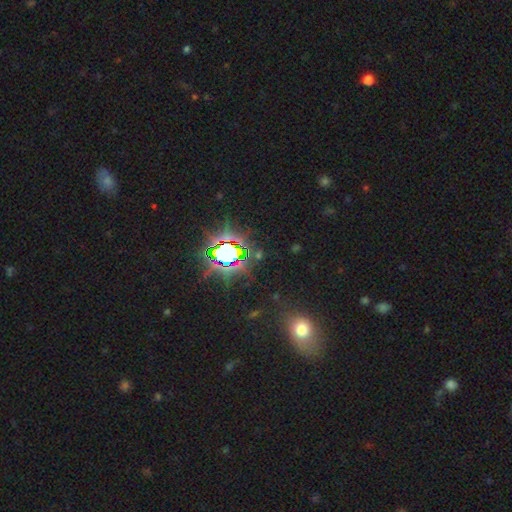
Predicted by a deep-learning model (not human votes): A star or artifact, not a galaxy (77%).